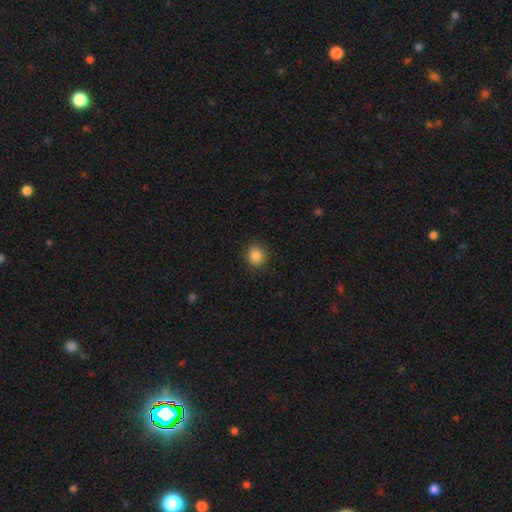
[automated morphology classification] The model was most divided on "how rounded": round: 82%, in between: 17%, cigar-shaped: 1%. More confident: merging — none (90%); smooth or featured — smooth (86%).